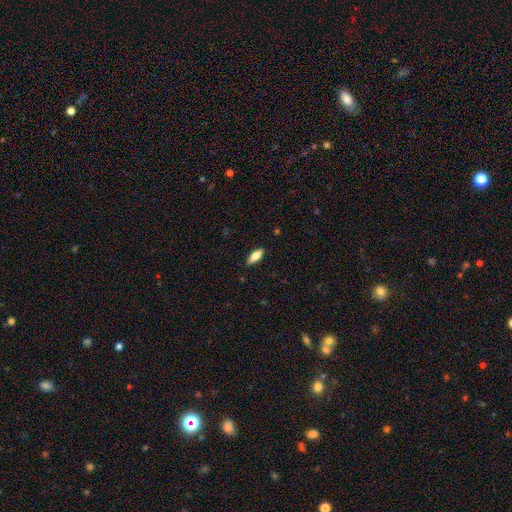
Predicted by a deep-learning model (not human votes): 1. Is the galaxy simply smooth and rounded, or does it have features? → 67% smooth, 26% featured or disk, 7% star or artifact.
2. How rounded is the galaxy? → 64% in between, 33% cigar-shaped, 2% round.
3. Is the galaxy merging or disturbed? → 87% none, 10% minor disturbance, 2% major disturbance, 1% merger.